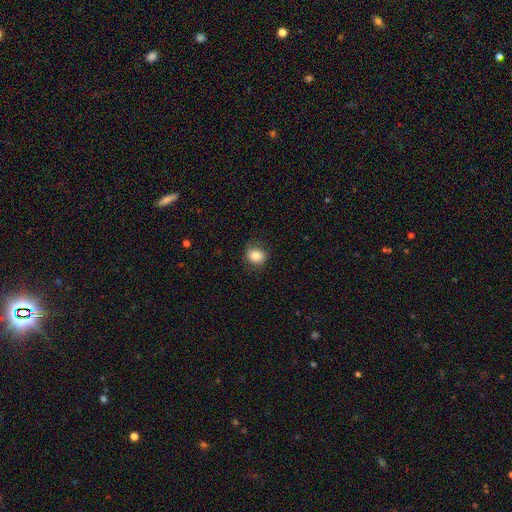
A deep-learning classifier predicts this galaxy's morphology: smooth_or_featured: smooth (p=0.82) [alt: star or artifact p=0.10]
how_rounded: round (p=0.75) [alt: in between p=0.24]
merging: none (p=0.82) [alt: minor disturbance p=0.14]